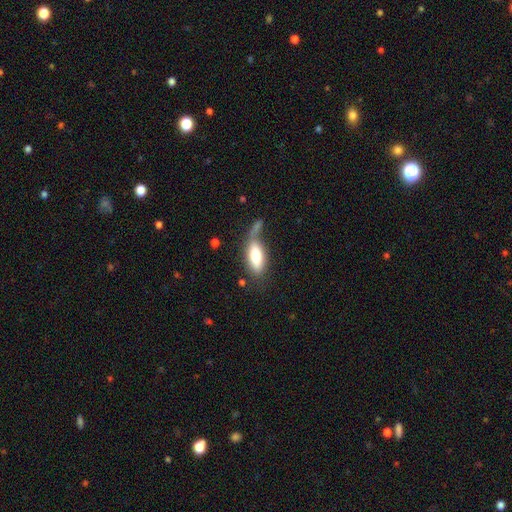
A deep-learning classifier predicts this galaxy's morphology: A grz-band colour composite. It shows a smooth galaxy with no disk features (73%) that is in between round and cigar-shaped (82%). Merging: none (41%).